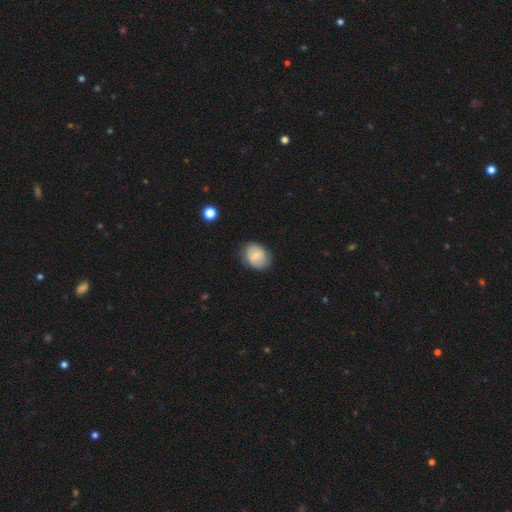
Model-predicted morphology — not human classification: smooth 69%, featured or disk 24%, star or artifact 7%. Down the decision tree: how rounded — in between (53%); merging — none (78%).